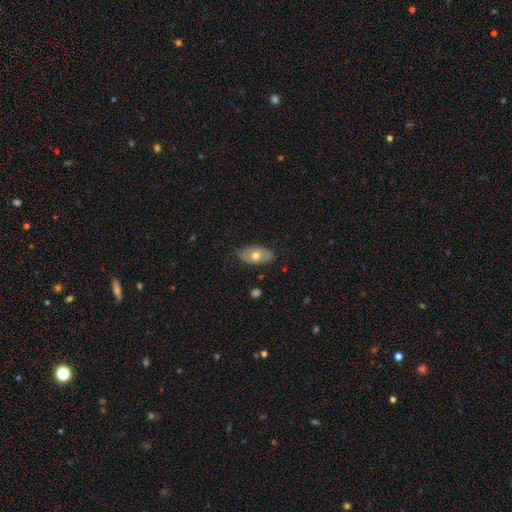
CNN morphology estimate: Overall: smooth (61%; featured or disk 33%). How rounded: in between (93%). Merging: none (82%).